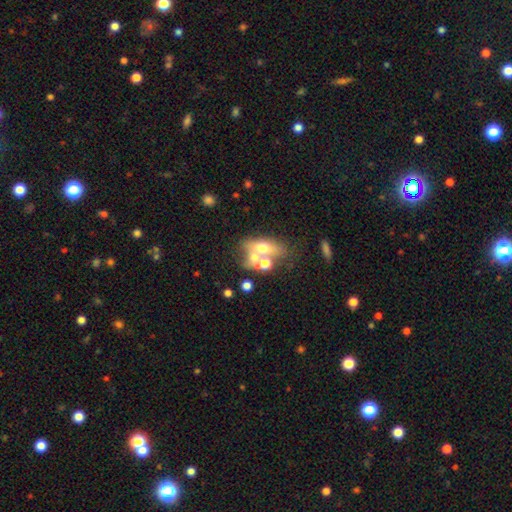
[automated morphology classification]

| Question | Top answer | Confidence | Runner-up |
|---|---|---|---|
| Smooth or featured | smooth | 47% | featured or disk (37%) |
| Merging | merger | 43% | none (37%) |